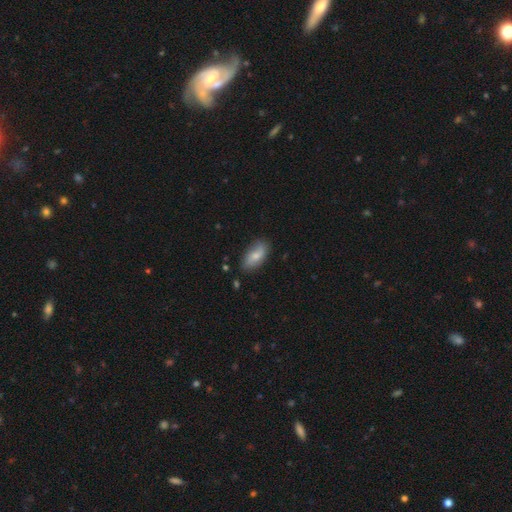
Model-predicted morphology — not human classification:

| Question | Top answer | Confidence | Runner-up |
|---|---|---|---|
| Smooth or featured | smooth | 60% | featured or disk (33%) |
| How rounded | in between | 90% | cigar-shaped (6%) |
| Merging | none | 76% | minor disturbance (18%) |